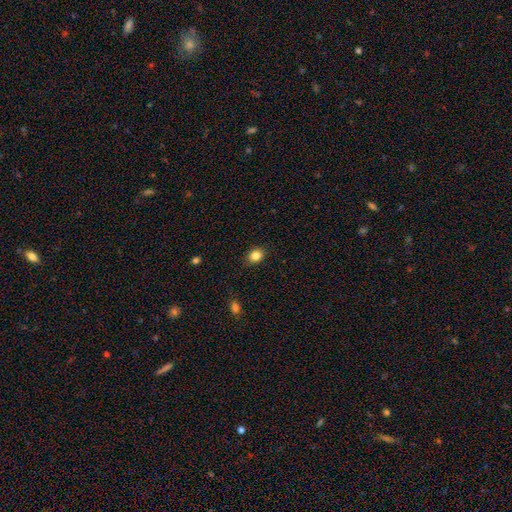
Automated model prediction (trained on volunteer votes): Smooth or featured?
  - smooth: 84% *
  - star or artifact: 11%
  - featured or disk: 5%
How rounded?
  - round: 51% *
  - in between: 48%
  - cigar-shaped: 1%
Merging?
  - none: 88% *
  - minor disturbance: 9%
  - major disturbance: 2%
  - merger: 1%